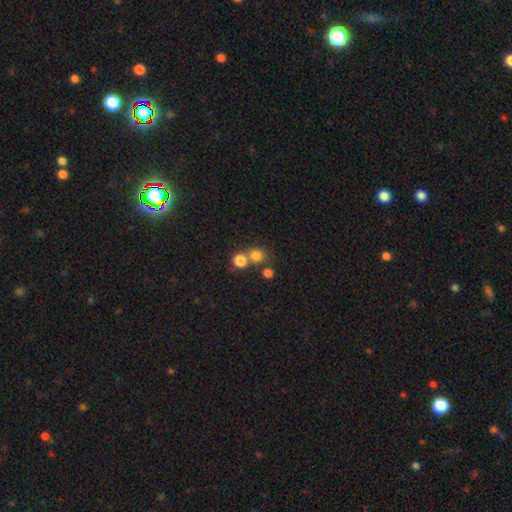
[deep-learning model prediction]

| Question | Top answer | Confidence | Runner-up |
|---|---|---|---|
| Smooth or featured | smooth | 78% | star or artifact (15%) |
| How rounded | round | 82% | in between (17%) |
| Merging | none | 55% | merger (34%) |